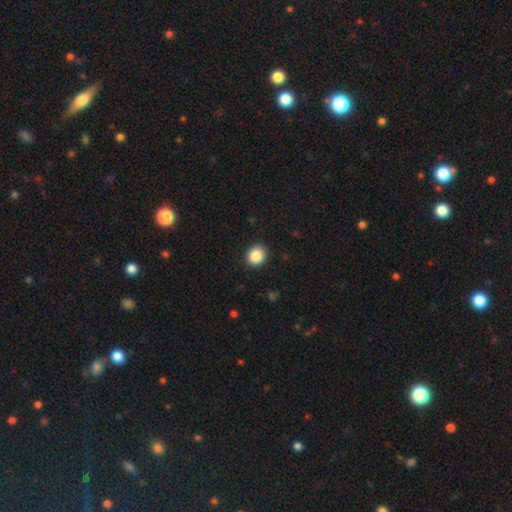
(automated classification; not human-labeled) smooth 87%, star or artifact 9%, featured or disk 4%. Down the decision tree: how rounded — round (81%); merging — none (91%).